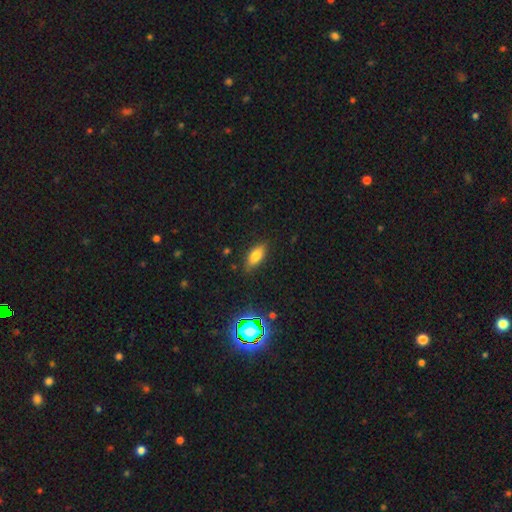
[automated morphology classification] The model was most divided on "smooth or featured": smooth: 75%, featured or disk: 13%, star or artifact: 12%. More confident: merging — none (84%); how rounded — in between (83%).